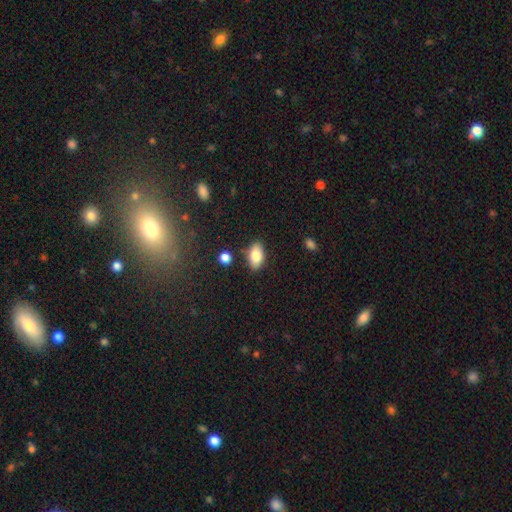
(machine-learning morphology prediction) The model was most divided on "merging": none: 80%, minor disturbance: 14%, merger: 4%, major disturbance: 3%. More confident: how rounded — in between (90%); smooth or featured — smooth (82%).